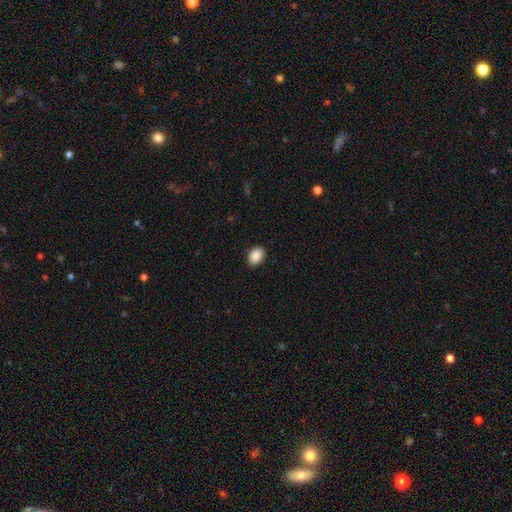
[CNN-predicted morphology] smooth-or-featured: smooth: 90% | star or artifact: 7% | featured or disk: 3%
  how-rounded: in between: 79% | round: 20% | cigar-shaped: 1%
  merging: none: 88% | minor disturbance: 9% | major disturbance: 2% | merger: 1%